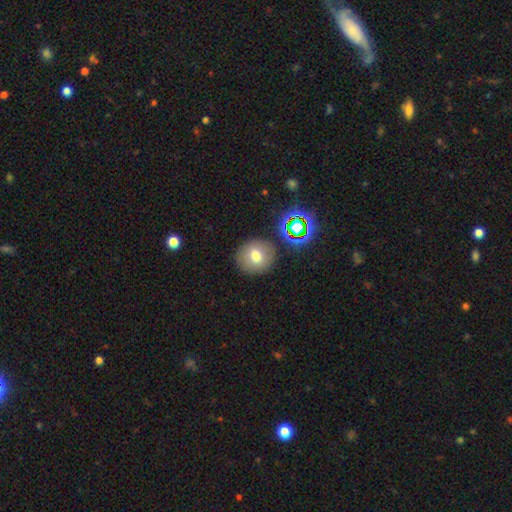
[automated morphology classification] smooth-or-featured: smooth: 70% | star or artifact: 15% | featured or disk: 15%
  how-rounded: round: 86% | in between: 13% | cigar-shaped: 1%
  merging: none: 85% | minor disturbance: 8% | merger: 4% | major disturbance: 3%